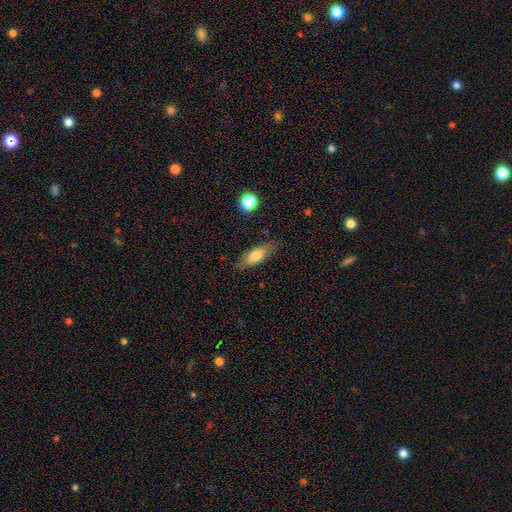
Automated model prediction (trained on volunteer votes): This appears to be a smooth galaxy with no disk features (70%) that is in between round and cigar-shaped (67%). Merging: none (77%).